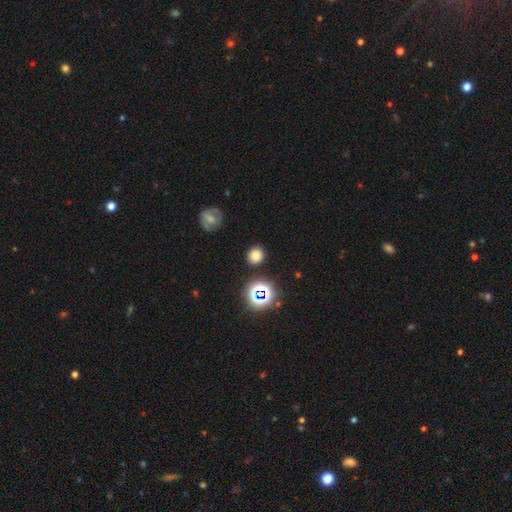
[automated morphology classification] Smooth or featured? Predicted: smooth (p=0.76). How rounded? Predicted: round (p=0.85). Merging? Predicted: none (p=0.87).